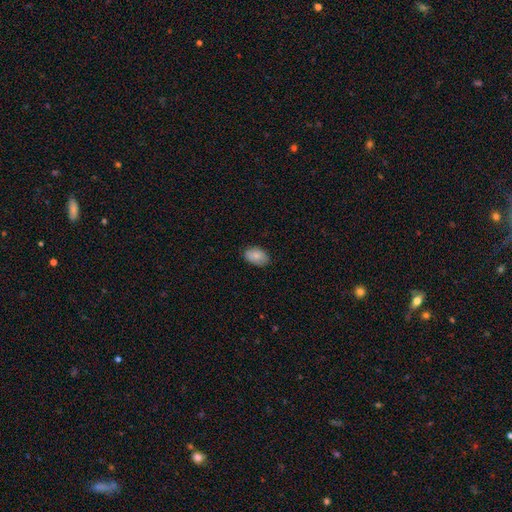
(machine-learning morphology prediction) smooth_or_featured: smooth (p=0.82) [alt: featured or disk p=0.11]
how_rounded: in between (p=0.89) [alt: round p=0.09]
merging: none (p=0.84) [alt: minor disturbance p=0.13]